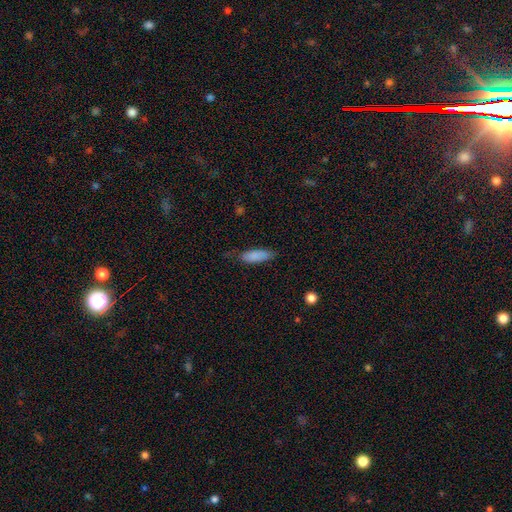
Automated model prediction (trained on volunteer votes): Smooth or featured? Predicted: smooth (p=0.86). How rounded? Predicted: in between (p=0.61). Merging? Predicted: none (p=0.70).